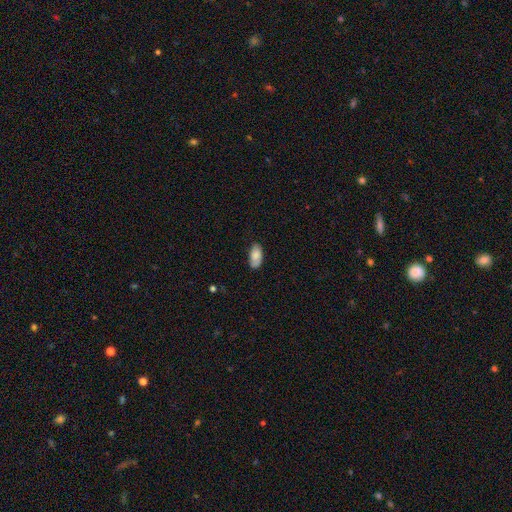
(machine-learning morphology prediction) type=smooth (81%); roundness=in between (93%); merging=none (74%).